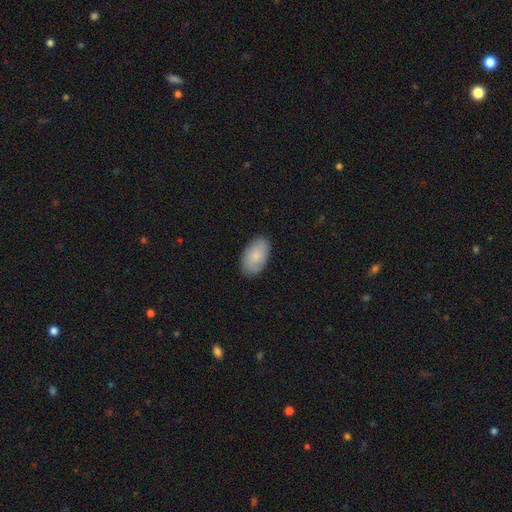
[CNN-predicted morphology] This is clearly a smooth galaxy (86%). How rounded: clearly in between (95%). Merging: clearly none (86%).